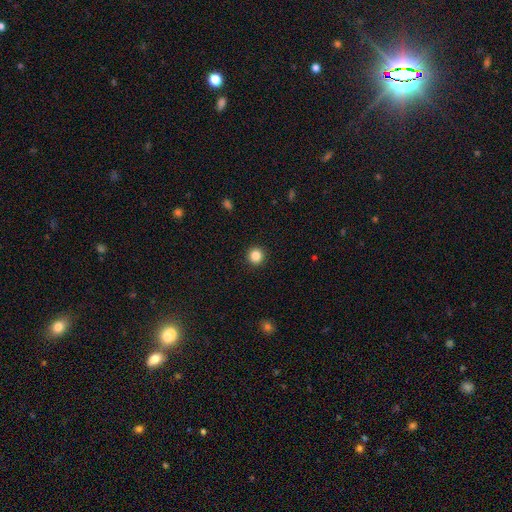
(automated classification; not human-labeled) A smooth galaxy with no disk features (86%) that is round (95%).

Vote fractions:
- Smooth or featured? smooth: 86% / star or artifact: 11% / featured or disk: 4%
- How rounded? round: 95% / in between: 4% / cigar-shaped: 1%
- Merging? none: 93% / minor disturbance: 4% / major disturbance: 2% / merger: 1%